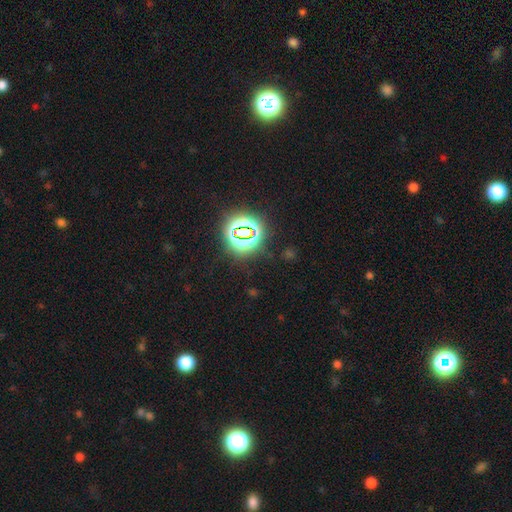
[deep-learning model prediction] Overall: star or artifact (76%).